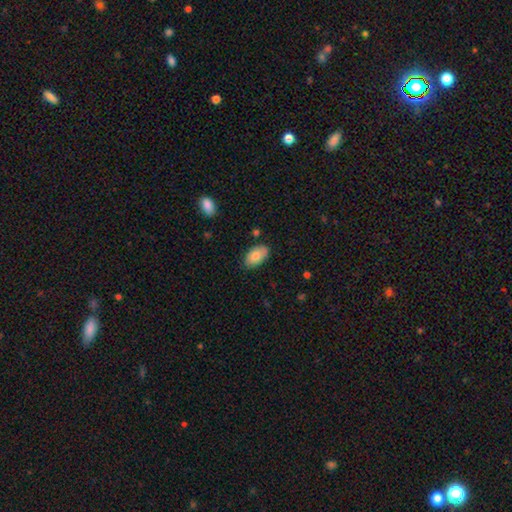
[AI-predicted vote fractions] Smooth or featured?
  - smooth: 81% *
  - featured or disk: 13%
  - star or artifact: 6%
How rounded?
  - in between: 94% *
  - round: 4%
  - cigar-shaped: 1%
Merging?
  - none: 82% *
  - minor disturbance: 14%
  - major disturbance: 2%
  - merger: 2%